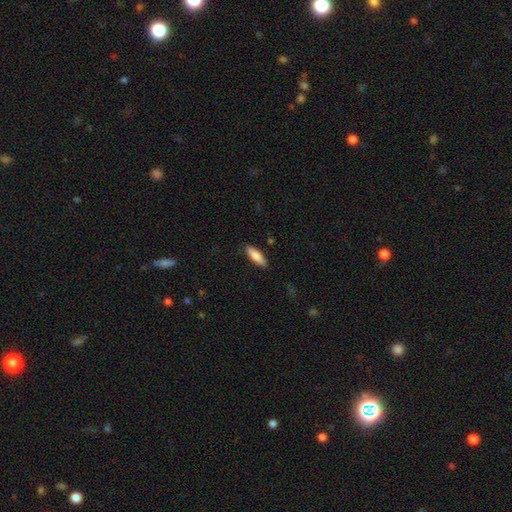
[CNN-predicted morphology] Smooth or featured? Predicted: smooth (p=0.84). How rounded? Predicted: cigar-shaped (p=0.52). Merging? Predicted: none (p=0.87).